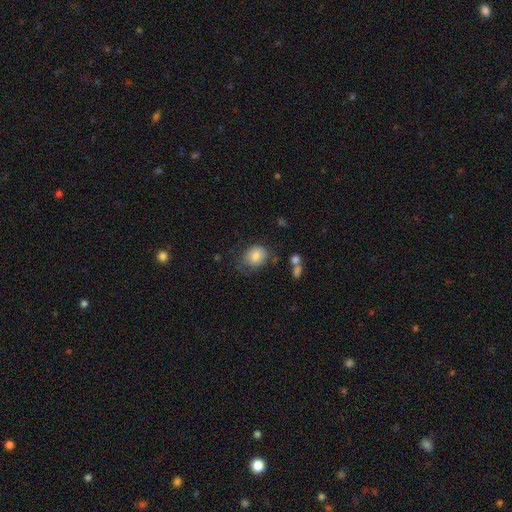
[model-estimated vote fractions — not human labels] This appears to be a smooth galaxy with no disk features (81%) that is round (50%). Merging: none (56%).